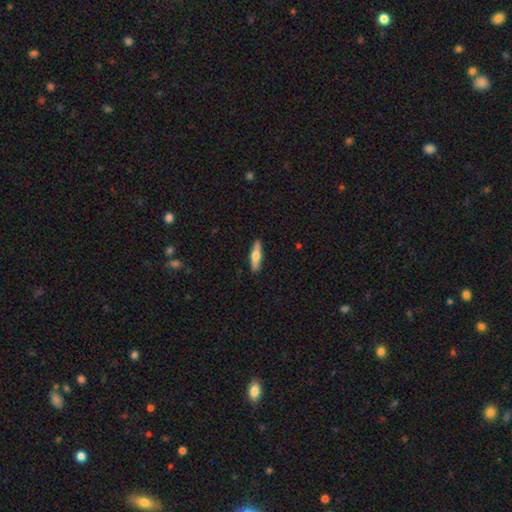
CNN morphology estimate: The model was most divided on "smooth or featured": smooth: 58%, featured or disk: 37%, star or artifact: 5%. More confident: merging — none (89%); how rounded — cigar-shaped (69%).